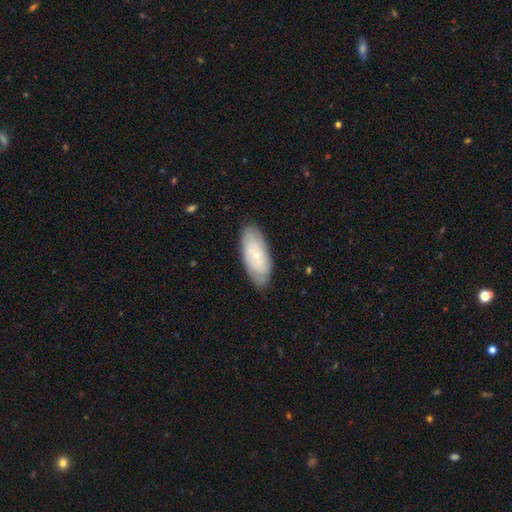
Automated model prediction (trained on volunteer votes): Smooth or featured? Predicted: smooth (p=0.52). How rounded? Predicted: in between (p=0.84). Merging? Predicted: none (p=0.83).